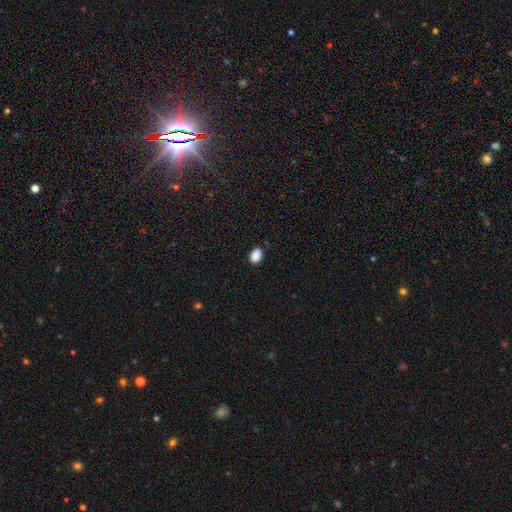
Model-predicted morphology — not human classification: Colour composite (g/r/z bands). It shows a smooth galaxy with no disk features (89%) that is in between round and cigar-shaped (79%). Merging: none (86%).